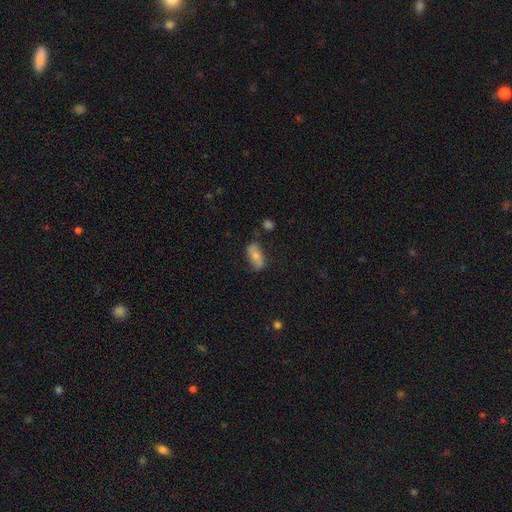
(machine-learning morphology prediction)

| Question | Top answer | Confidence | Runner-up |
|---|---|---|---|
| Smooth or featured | smooth | 60% | featured or disk (32%) |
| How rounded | in between | 85% | cigar-shaped (10%) |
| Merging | none | 61% | minor disturbance (27%) |